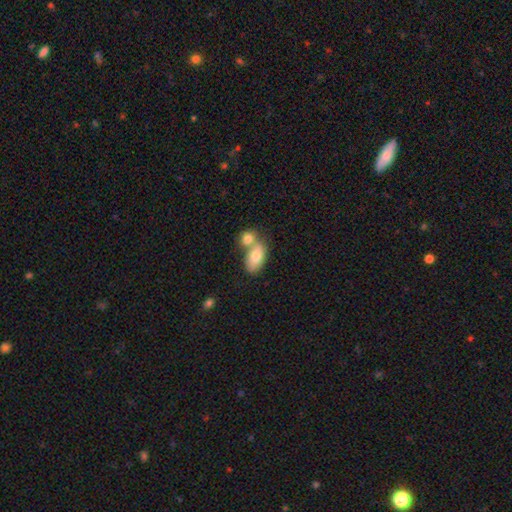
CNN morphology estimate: Smooth or featured? smooth (77%)
How rounded? in between (89%)
Merging? merger (57%)